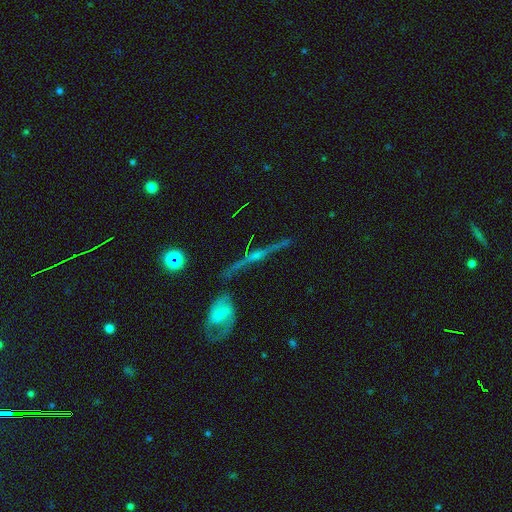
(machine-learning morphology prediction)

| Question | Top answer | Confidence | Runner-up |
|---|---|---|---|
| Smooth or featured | featured or disk | 77% | star or artifact (13%) |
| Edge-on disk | yes | 92% | no (8%) |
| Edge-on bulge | rounded | 75% | none (13%) |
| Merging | none | 74% | minor disturbance (13%) |